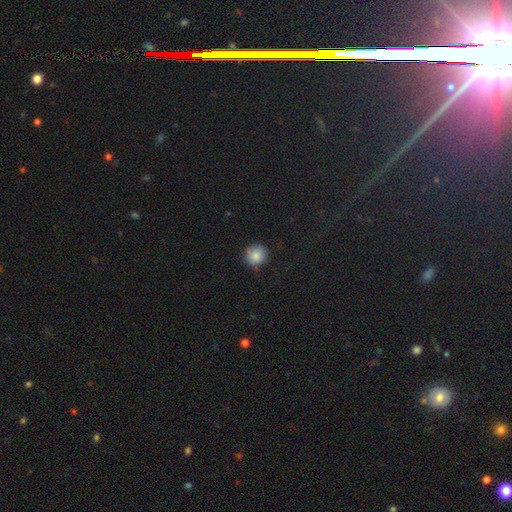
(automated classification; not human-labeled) Smooth or featured? smooth (84%)
How rounded? round (93%)
Merging? none (83%)